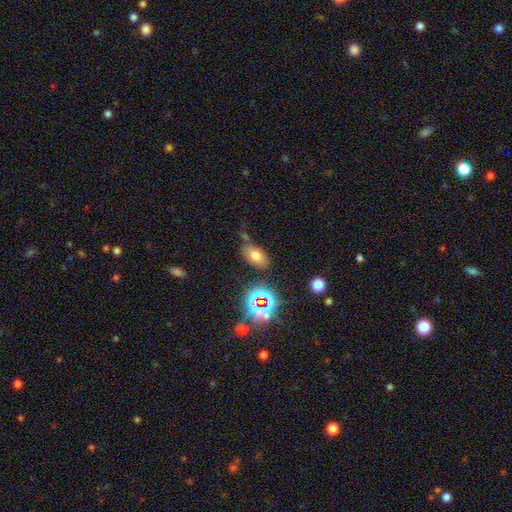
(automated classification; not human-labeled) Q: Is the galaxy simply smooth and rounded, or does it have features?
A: smooth — 65%.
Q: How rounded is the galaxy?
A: in between — 88%.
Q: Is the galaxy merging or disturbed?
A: none — 69%.